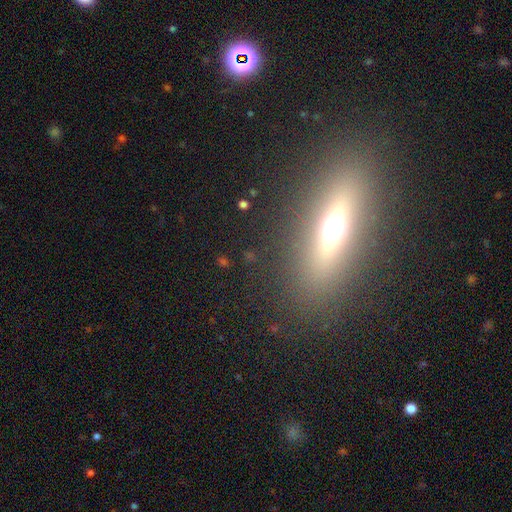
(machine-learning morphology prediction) This is marginally a smooth galaxy (44%). Merging: clearly none (86%).